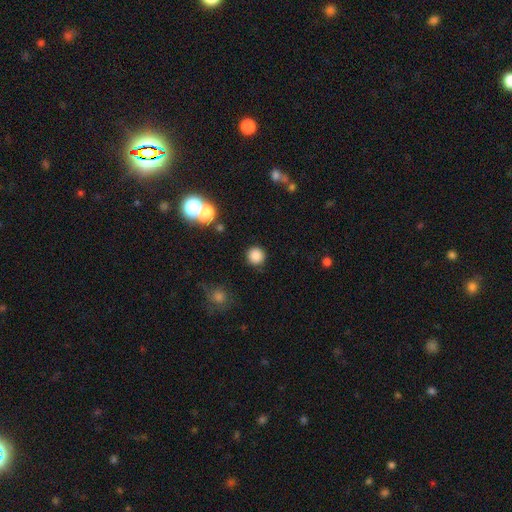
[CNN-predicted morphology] A smooth galaxy with no disk features (84%) that is round (95%). Merging: none (89%).